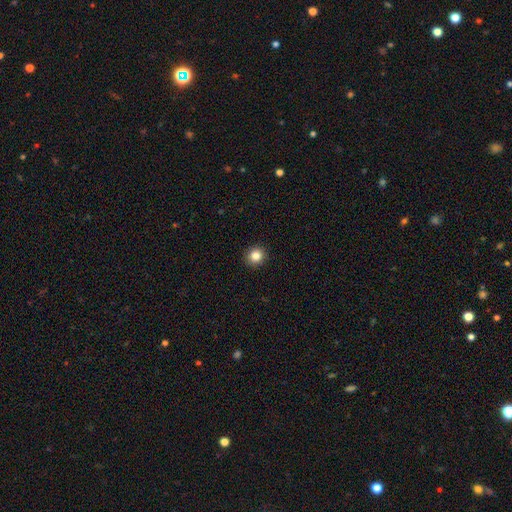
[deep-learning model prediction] Smooth or featured: smooth — 83% (star or artifact — 11%)
How rounded: round — 91% (in between — 9%)
Merging: none — 93% (minor disturbance — 5%)